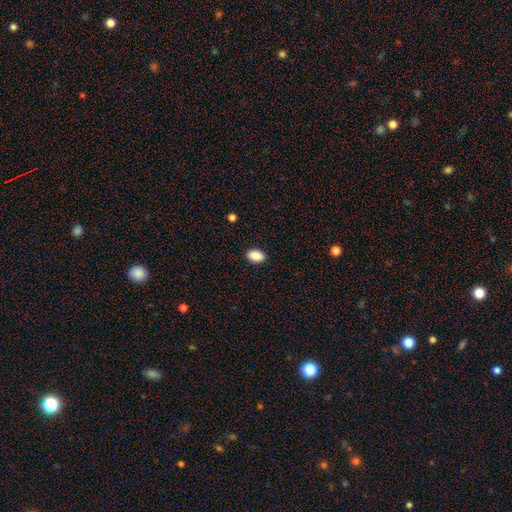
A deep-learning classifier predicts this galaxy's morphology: Smooth or featured? Predicted: smooth (p=0.90). How rounded? Predicted: in between (p=0.90). Merging? Predicted: none (p=0.90).